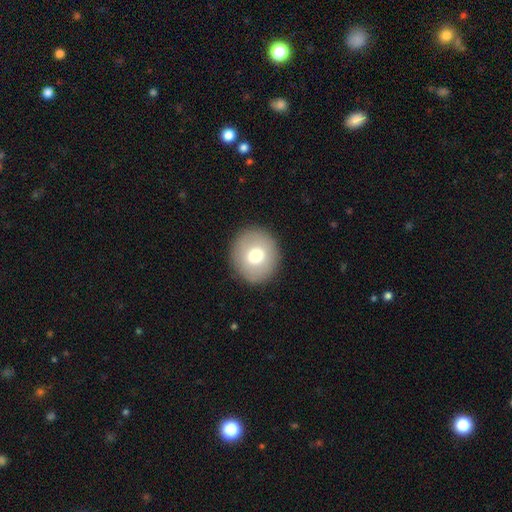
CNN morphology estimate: A smooth galaxy with no disk features (72%) that is round (88%). Merging: none (91%).